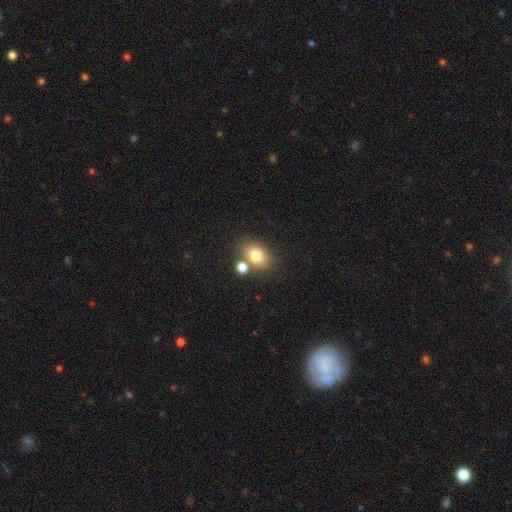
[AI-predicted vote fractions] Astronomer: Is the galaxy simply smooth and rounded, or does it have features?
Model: smooth — 78%.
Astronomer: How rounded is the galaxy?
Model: in between — 64%.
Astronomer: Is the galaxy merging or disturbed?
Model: none — 63%.